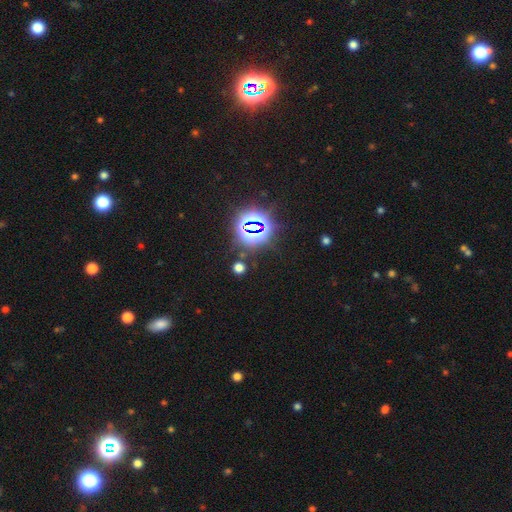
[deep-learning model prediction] Smooth or featured? Predicted: star or artifact (p=0.81).